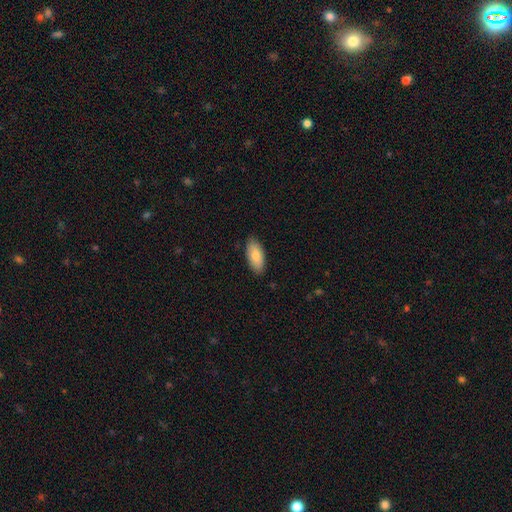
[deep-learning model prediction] Smooth or featured?
  - smooth: 82% *
  - featured or disk: 12%
  - star or artifact: 6%
How rounded?
  - in between: 90% *
  - cigar-shaped: 8%
  - round: 2%
Merging?
  - none: 87% *
  - minor disturbance: 10%
  - major disturbance: 2%
  - merger: 1%